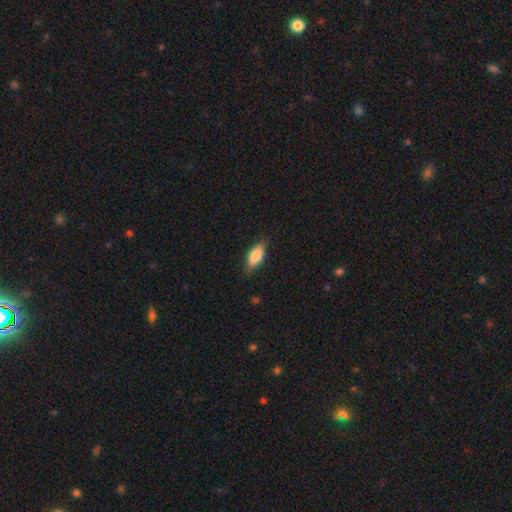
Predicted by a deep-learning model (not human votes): Smooth or featured? smooth (79%)
How rounded? in between (83%)
Merging? none (81%)